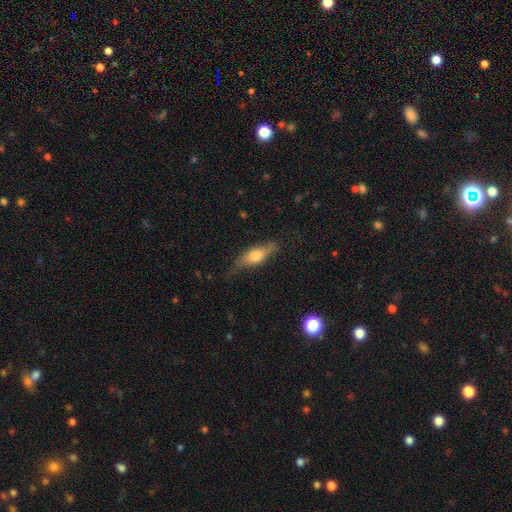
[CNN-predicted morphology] A smooth galaxy with no disk features (54%) that is in between round and cigar-shaped (51%).

Vote fractions:
- Smooth or featured? smooth: 54% / featured or disk: 39% / star or artifact: 7%
- How rounded? in between: 51% / cigar-shaped: 44% / round: 4%
- Merging? none: 68% / minor disturbance: 24% / major disturbance: 7% / merger: 2%